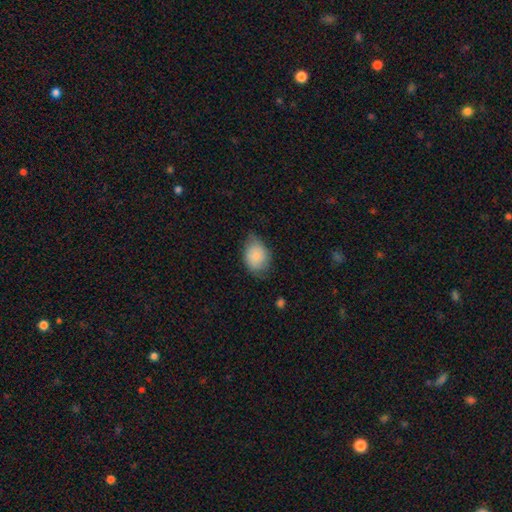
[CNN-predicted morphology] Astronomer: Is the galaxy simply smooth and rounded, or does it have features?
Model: smooth — 78%.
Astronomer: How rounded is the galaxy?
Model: in between — 68%.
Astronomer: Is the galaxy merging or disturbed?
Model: none — 57% (runner-up: minor disturbance, 34%).